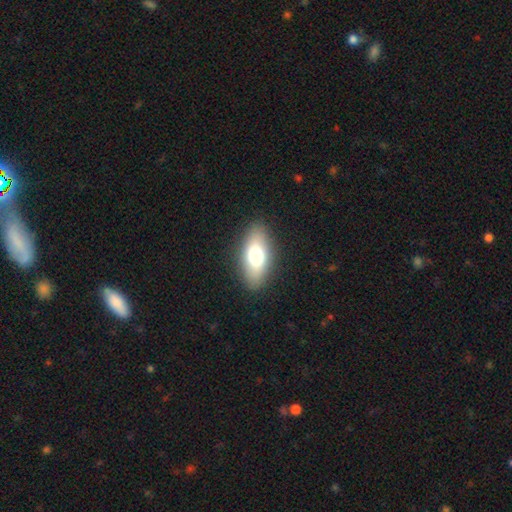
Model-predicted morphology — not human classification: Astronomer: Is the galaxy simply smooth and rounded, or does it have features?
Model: smooth — 72%.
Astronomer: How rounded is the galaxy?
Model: in between — 83%.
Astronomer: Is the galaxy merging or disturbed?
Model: none — 87%.